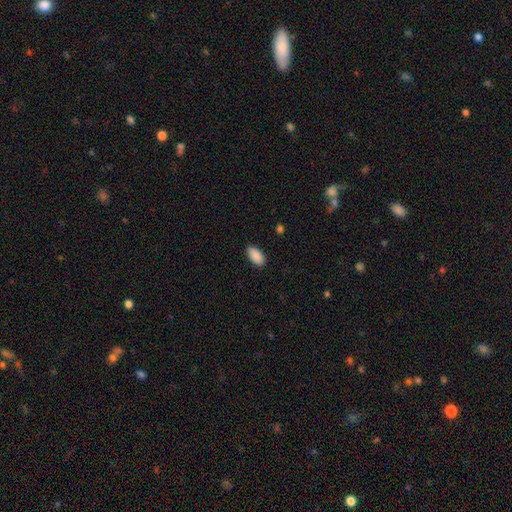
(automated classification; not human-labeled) This appears to be a smooth galaxy with no disk features (90%) that is in between round and cigar-shaped (94%). Merging: none (89%).